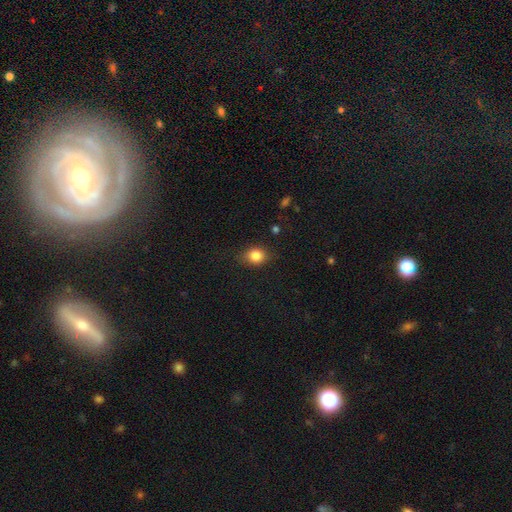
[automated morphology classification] A smooth galaxy with no disk features (84%) that is round (61%).

Vote fractions:
- Smooth or featured? smooth: 84% / star or artifact: 10% / featured or disk: 6%
- How rounded? round: 61% / in between: 38% / cigar-shaped: 1%
- Merging? none: 82% / minor disturbance: 14% / major disturbance: 4% / merger: 1%